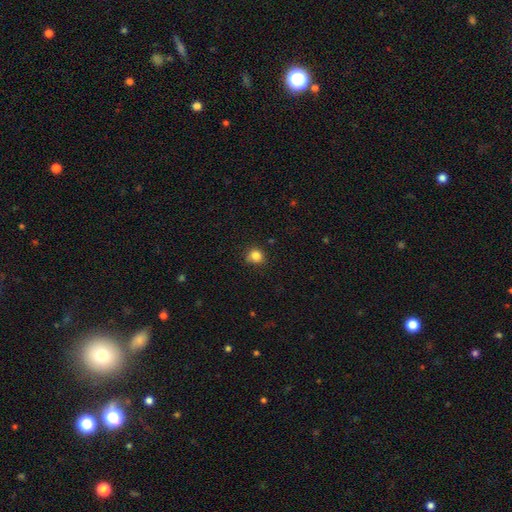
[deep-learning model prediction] This appears to be a smooth galaxy with no disk features (84%) that is round (82%). Merging: none (77%).